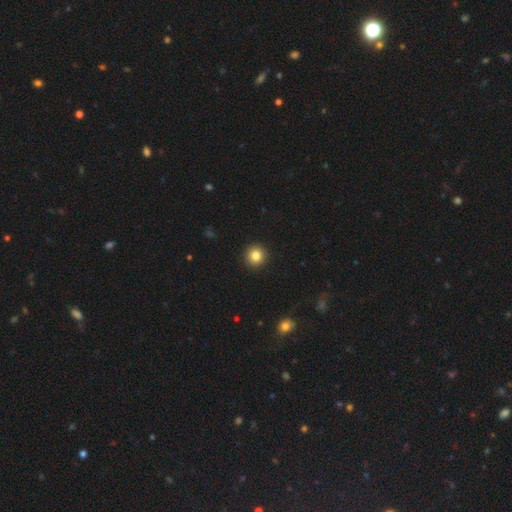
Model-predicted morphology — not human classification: This is clearly a smooth galaxy (84%). How rounded: clearly round (95%). Merging: clearly none (93%).